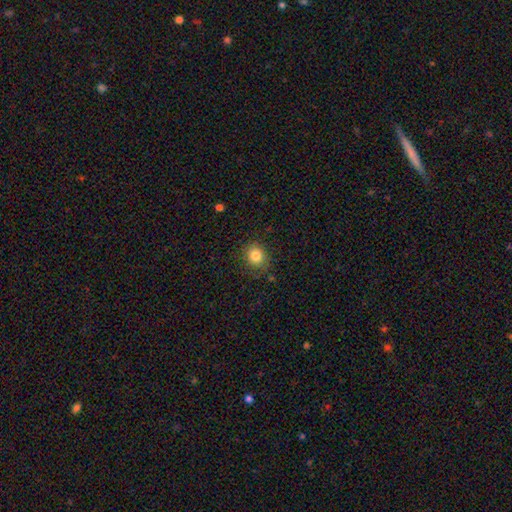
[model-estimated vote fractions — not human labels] A smooth galaxy with no disk features (82%) that is round (77%). Merging: none (82%).